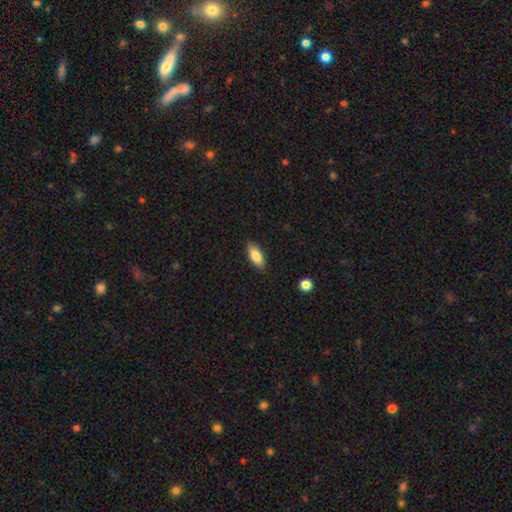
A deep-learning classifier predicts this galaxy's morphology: Smooth or featured? smooth (83%)
How rounded? in between (82%)
Merging? none (87%)